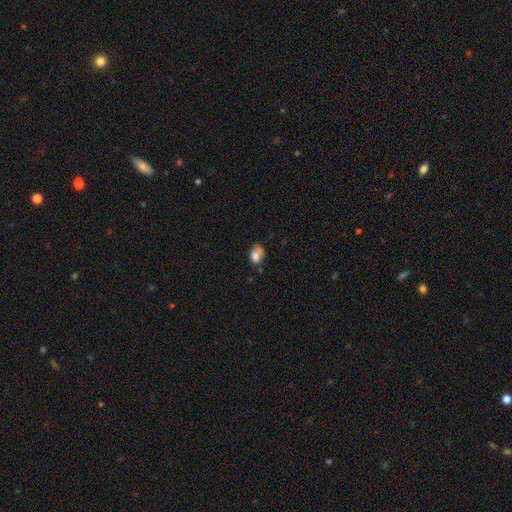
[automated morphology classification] smooth-or-featured: smooth: 80% | featured or disk: 11% | star or artifact: 9%
  how-rounded: in between: 72% | round: 27% | cigar-shaped: 1%
  merging: none: 49% | minor disturbance: 34% | major disturbance: 10% | merger: 7%